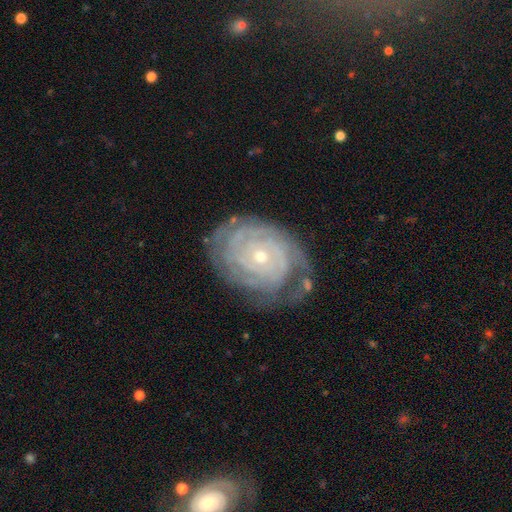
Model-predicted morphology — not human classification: A featured or disk galaxy (86%) with no bar (74%), tight (85%) spiral arms (97%) and a small central bulge (72%). Merging: none (70%).